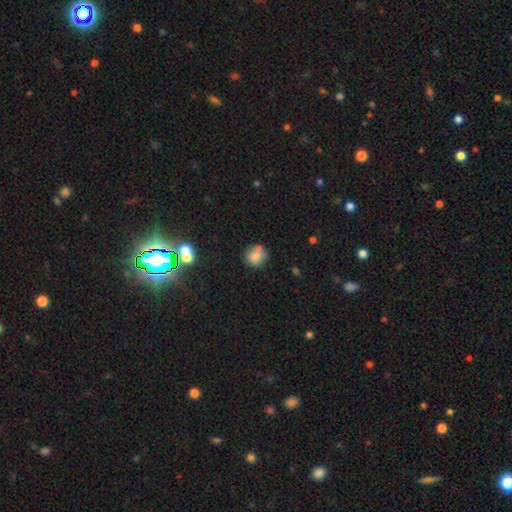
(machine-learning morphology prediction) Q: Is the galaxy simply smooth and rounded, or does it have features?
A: smooth — 74%.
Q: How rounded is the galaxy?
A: round — 86%.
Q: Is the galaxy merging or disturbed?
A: none — 62%.